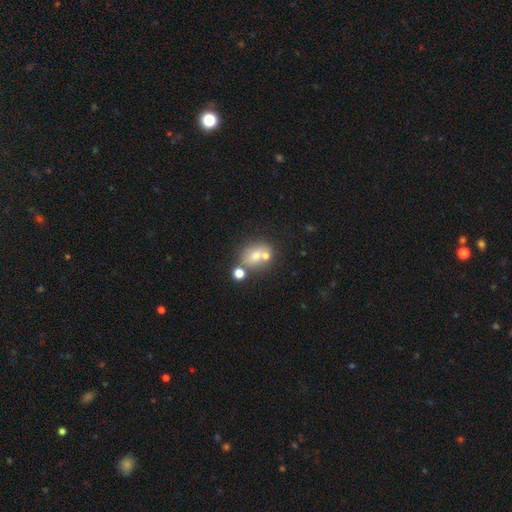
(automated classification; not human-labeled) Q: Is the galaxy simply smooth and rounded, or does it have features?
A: smooth — 63%.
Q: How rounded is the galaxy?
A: round — 56%.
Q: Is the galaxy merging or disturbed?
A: none — 49%.